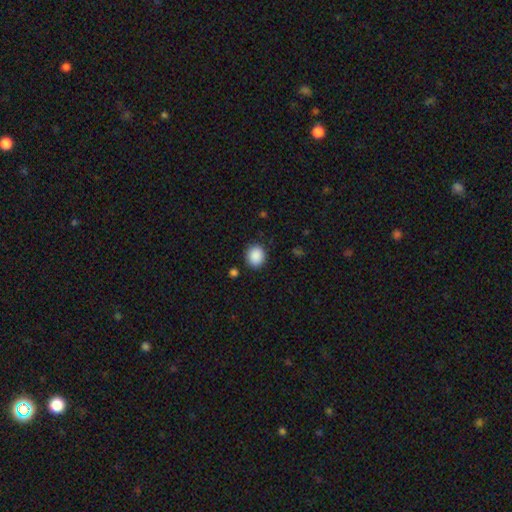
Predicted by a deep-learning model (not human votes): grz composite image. It shows a smooth galaxy with no disk features (89%) that is round (75%). Merging: none (87%).